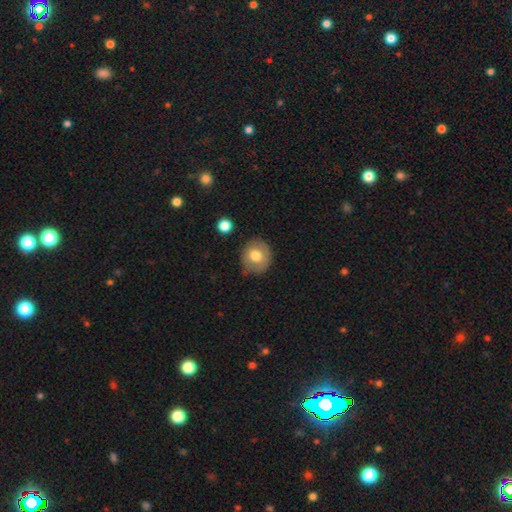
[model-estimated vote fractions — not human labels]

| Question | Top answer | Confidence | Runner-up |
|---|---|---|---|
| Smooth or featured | smooth | 69% | featured or disk (23%) |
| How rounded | round | 77% | in between (22%) |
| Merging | none | 79% | minor disturbance (16%) |